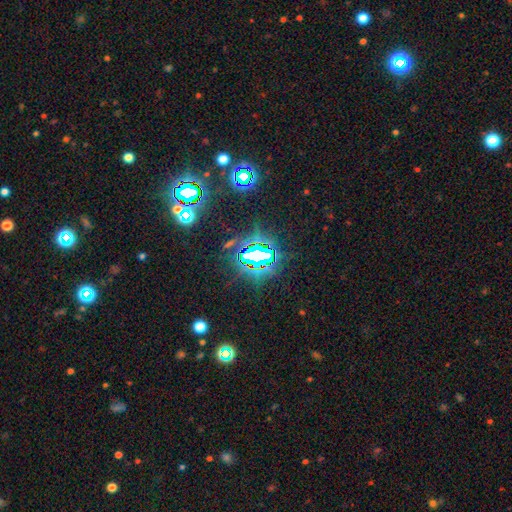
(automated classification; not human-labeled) Smooth or featured?
  - star or artifact: 80% *
  - featured or disk: 10%
  - smooth: 10%